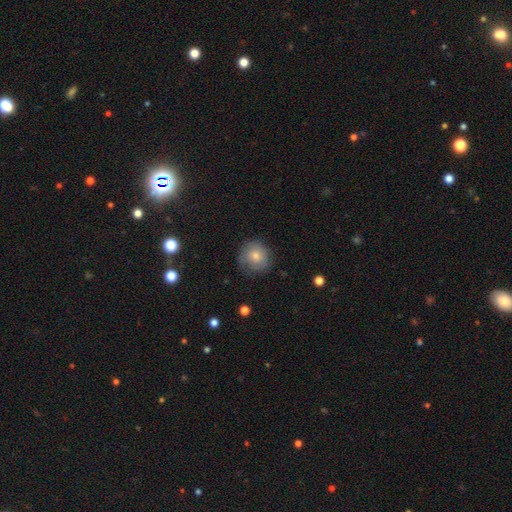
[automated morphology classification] Q: Smooth or featured?
A: smooth (66%); runner-up: featured or disk (26%)
Q: How rounded?
A: round (87%); runner-up: in between (12%)
Q: Merging?
A: none (70%); runner-up: minor disturbance (21%)